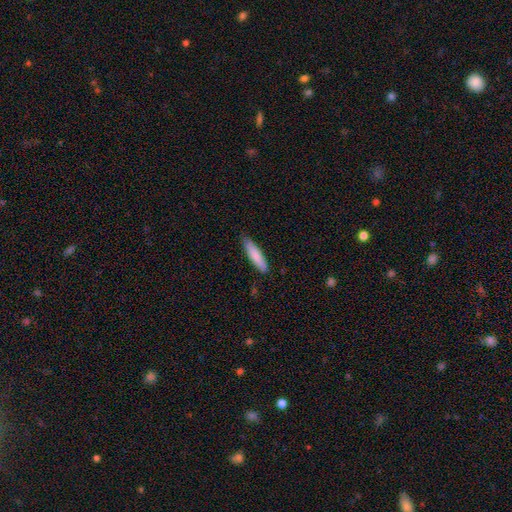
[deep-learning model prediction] Morphology: type=smooth (83%); roundness=cigar-shaped (76%); merging=none (83%).